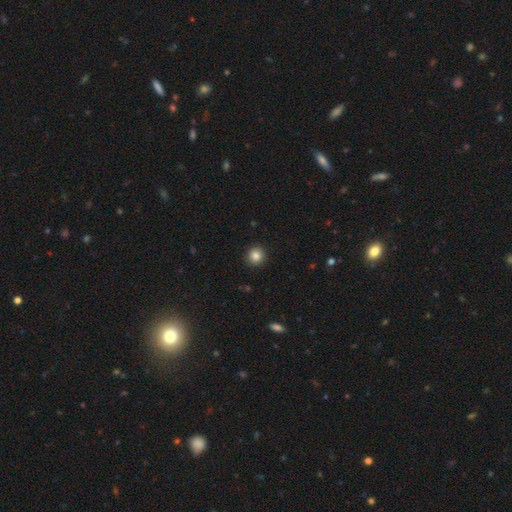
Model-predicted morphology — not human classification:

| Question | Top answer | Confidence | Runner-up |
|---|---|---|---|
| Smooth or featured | smooth | 85% | star or artifact (10%) |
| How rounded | round | 93% | in between (6%) |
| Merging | none | 93% | minor disturbance (5%) |